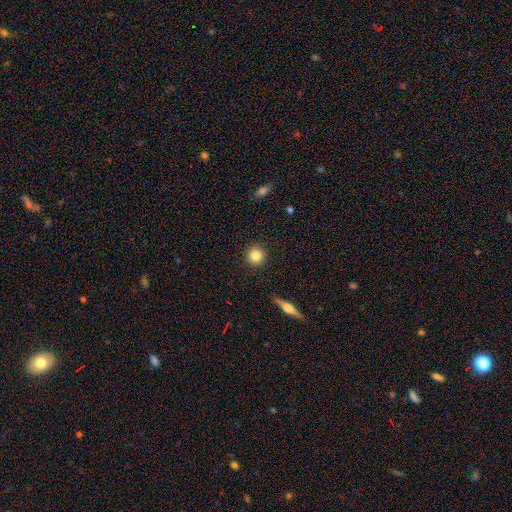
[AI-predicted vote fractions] smooth-or-featured: smooth: 84% | star or artifact: 9% | featured or disk: 7%
  how-rounded: round: 94% | in between: 5% | cigar-shaped: 1%
  merging: none: 92% | minor disturbance: 5% | major disturbance: 2% | merger: 1%